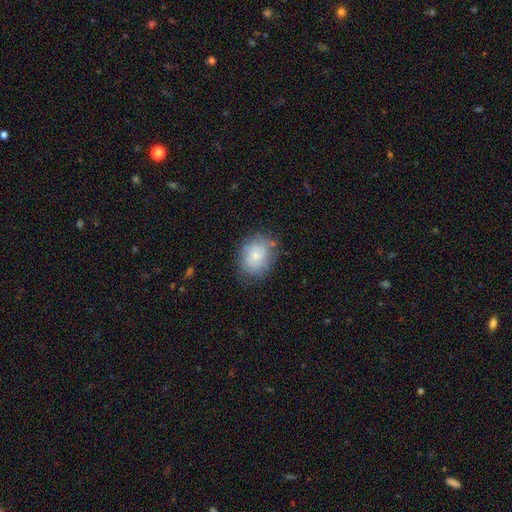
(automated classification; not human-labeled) smooth 66%, featured or disk 26%, star or artifact 8%. Down the decision tree: how rounded — round (58%); merging — none (67%).